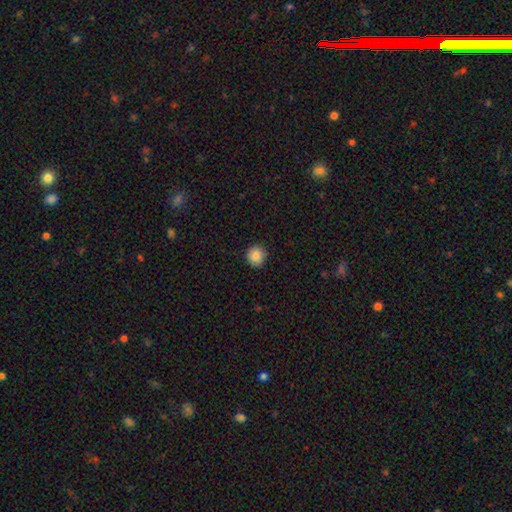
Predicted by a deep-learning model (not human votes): smooth_or_featured: smooth (p=0.87) [alt: star or artifact p=0.09]
how_rounded: round (p=0.91) [alt: in between p=0.08]
merging: none (p=0.90) [alt: minor disturbance p=0.07]